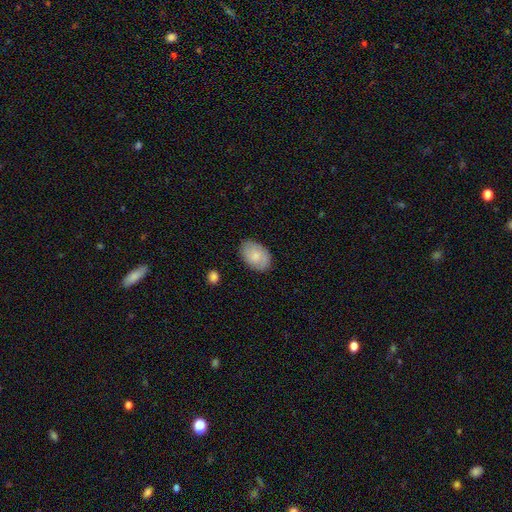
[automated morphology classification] This appears to be a smooth galaxy with no disk features (73%) that is in between round and cigar-shaped (87%). Merging: none (85%).